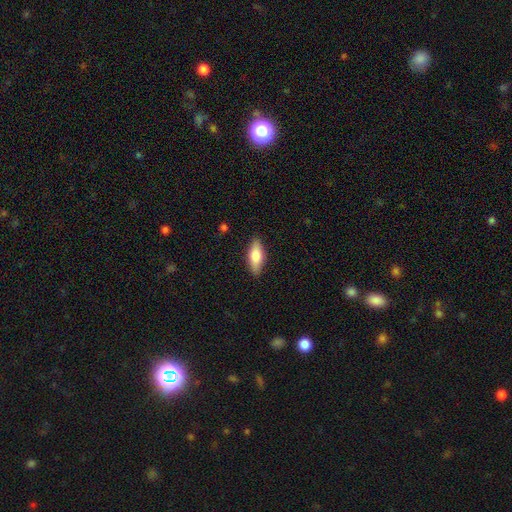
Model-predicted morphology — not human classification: Smooth or featured? Predicted: smooth (p=0.76). How rounded? Predicted: in between (p=0.72). Merging? Predicted: none (p=0.87).